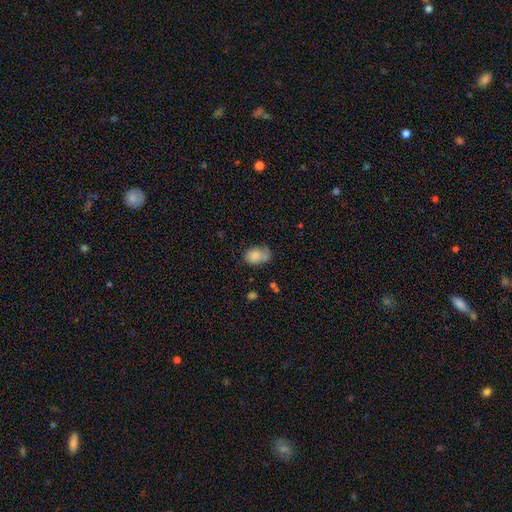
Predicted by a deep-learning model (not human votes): This is likely a smooth galaxy (79%). How rounded: likely in between (74%). Merging: possibly none (46%).